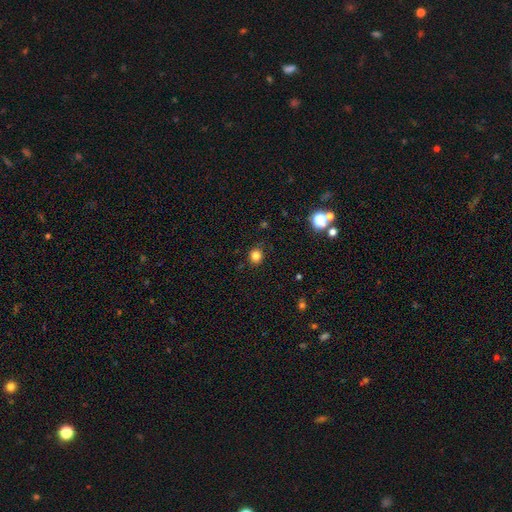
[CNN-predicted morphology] smooth-or-featured: smooth: 82% | star or artifact: 14% | featured or disk: 4%
  how-rounded: round: 87% | in between: 12% | cigar-shaped: 1%
  merging: none: 88% | minor disturbance: 8% | major disturbance: 2% | merger: 1%